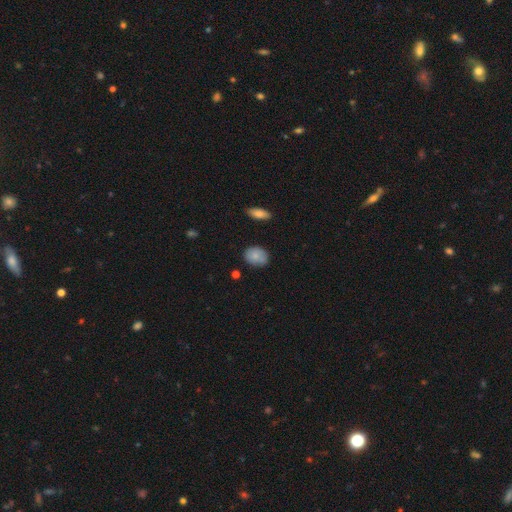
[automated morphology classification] This appears to be a smooth galaxy with no disk features (83%) that is in between round and cigar-shaped (61%). Merging: none (77%).